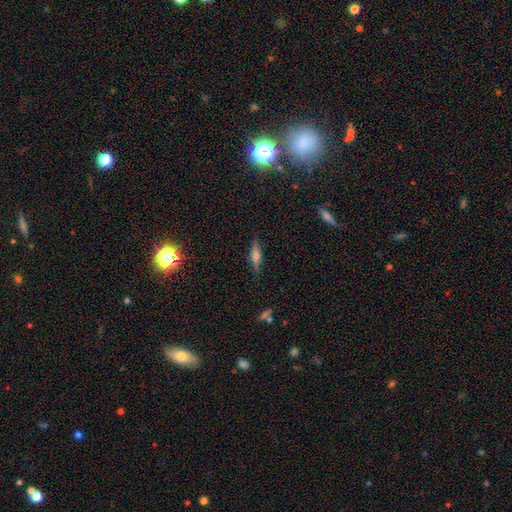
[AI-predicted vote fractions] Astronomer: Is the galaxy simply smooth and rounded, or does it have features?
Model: featured or disk — 46% (runner-up: smooth, 44%).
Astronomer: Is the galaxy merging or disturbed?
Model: none — 85%.